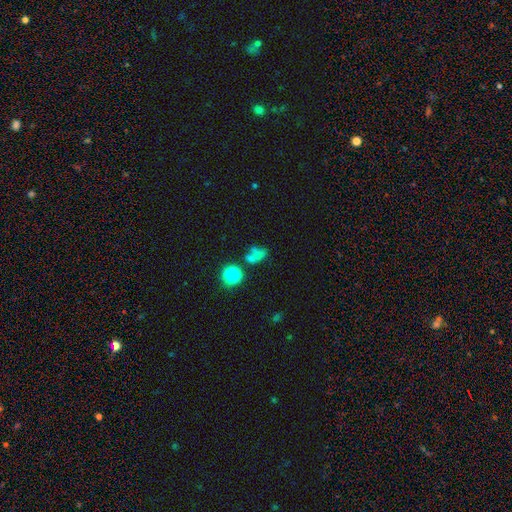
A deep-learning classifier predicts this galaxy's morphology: Smooth or featured?
  - smooth: 55% *
  - star or artifact: 27%
  - featured or disk: 18%
How rounded?
  - in between: 53% *
  - round: 44%
  - cigar-shaped: 4%
Merging?
  - none: 37% *
  - merger: 34%
  - minor disturbance: 15%
  - major disturbance: 15%